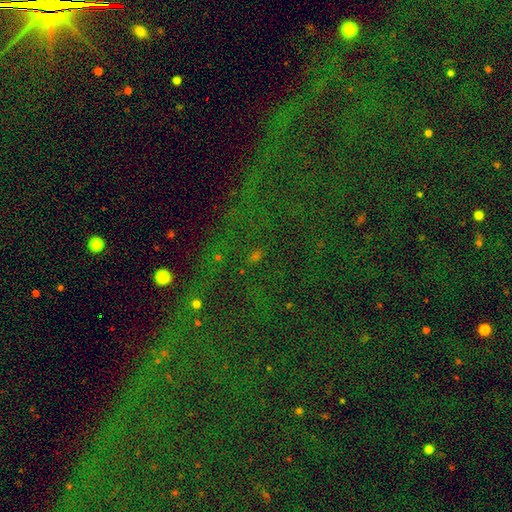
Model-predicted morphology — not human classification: A star or artifact, not a galaxy (78%).

Vote fractions:
- Smooth or featured? star or artifact: 78% / smooth: 12% / featured or disk: 10%